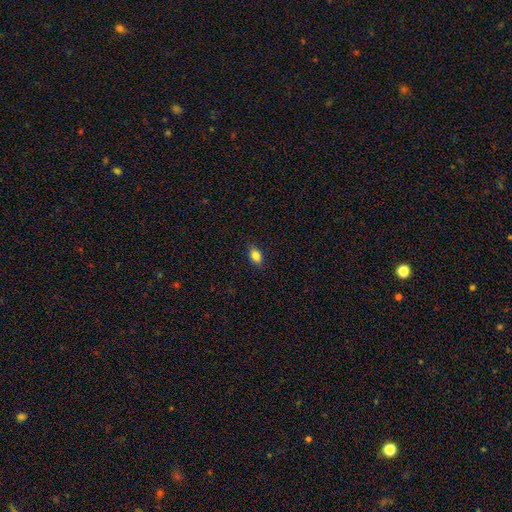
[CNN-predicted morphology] Smooth or featured?
  - smooth: 84% *
  - star or artifact: 9%
  - featured or disk: 7%
How rounded?
  - in between: 84% *
  - round: 13%
  - cigar-shaped: 3%
Merging?
  - none: 85% *
  - minor disturbance: 11%
  - major disturbance: 2%
  - merger: 1%